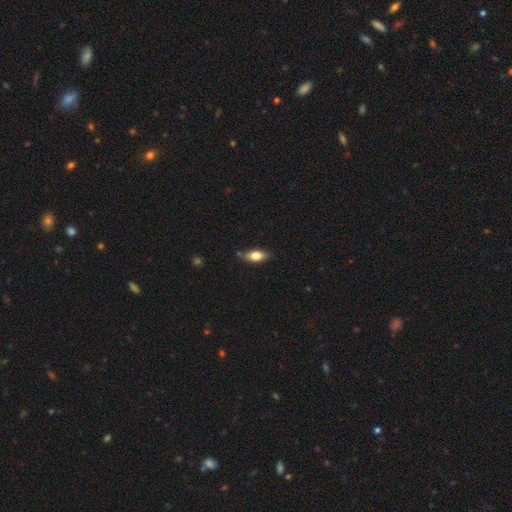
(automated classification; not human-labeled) Overall: smooth (75%). How rounded: in between (82%). Merging: none (79%).